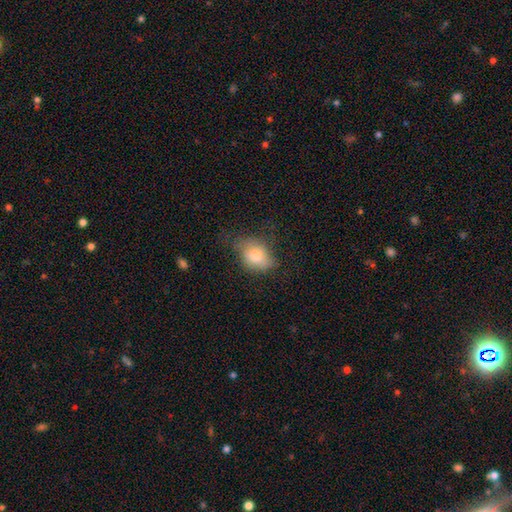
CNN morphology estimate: Smooth or featured?
  - smooth: 76% *
  - featured or disk: 15%
  - star or artifact: 9%
How rounded?
  - in between: 68% *
  - round: 30%
  - cigar-shaped: 2%
Merging?
  - none: 50% *
  - minor disturbance: 33%
  - major disturbance: 15%
  - merger: 2%